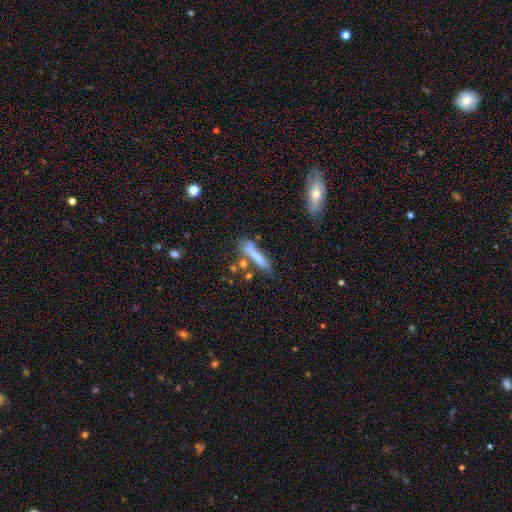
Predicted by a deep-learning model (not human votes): Smooth or featured?
  - smooth: 70% *
  - featured or disk: 21%
  - star or artifact: 9%
How rounded?
  - cigar-shaped: 86% *
  - in between: 12%
  - round: 2%
Merging?
  - none: 56% *
  - minor disturbance: 21%
  - merger: 14%
  - major disturbance: 9%